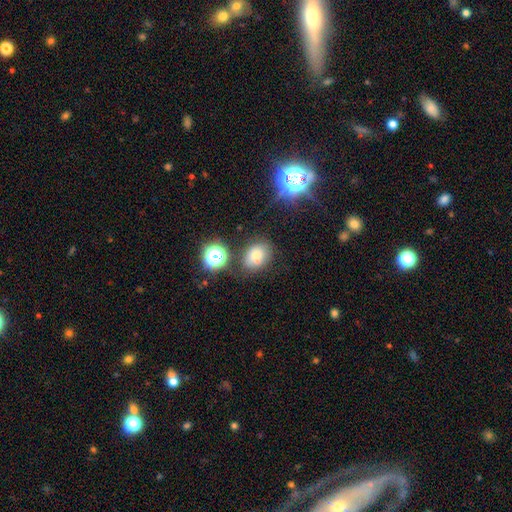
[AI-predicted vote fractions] Smooth or featured? Predicted: smooth (p=0.69). How rounded? Predicted: in between (p=0.53). Merging? Predicted: none (p=0.68).